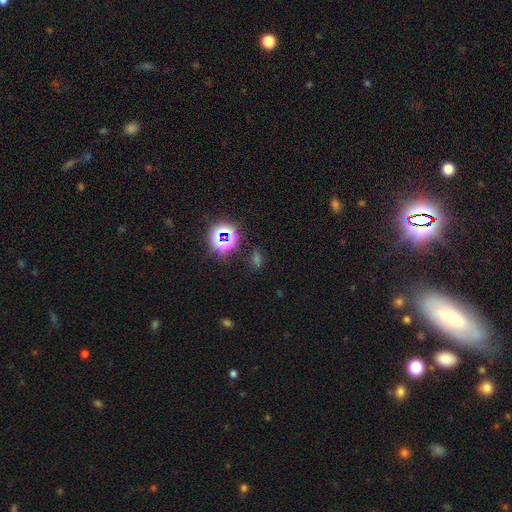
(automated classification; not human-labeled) smooth_or_featured: star or artifact (p=0.58) [alt: smooth p=0.33]